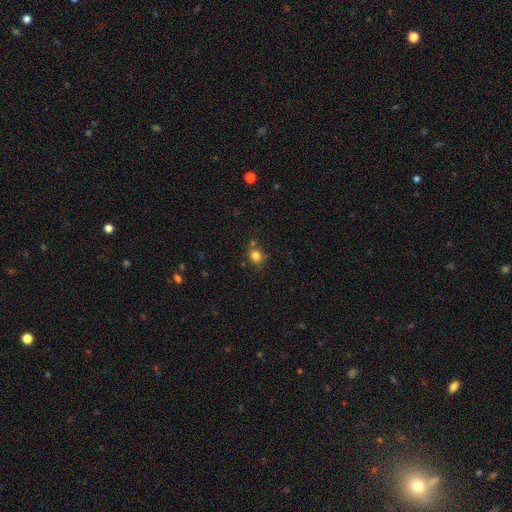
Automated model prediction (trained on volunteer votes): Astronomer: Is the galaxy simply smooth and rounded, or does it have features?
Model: smooth — 81%.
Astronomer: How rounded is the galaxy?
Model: round — 79%.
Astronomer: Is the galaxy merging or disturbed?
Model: none — 69%.